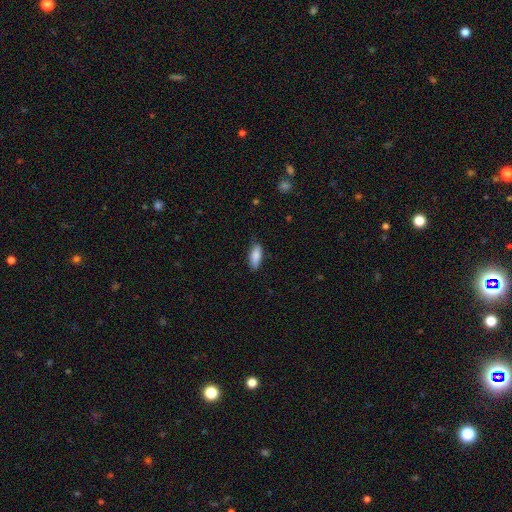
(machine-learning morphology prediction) type=smooth (87%); roundness=in between (75%); merging=none (80%).